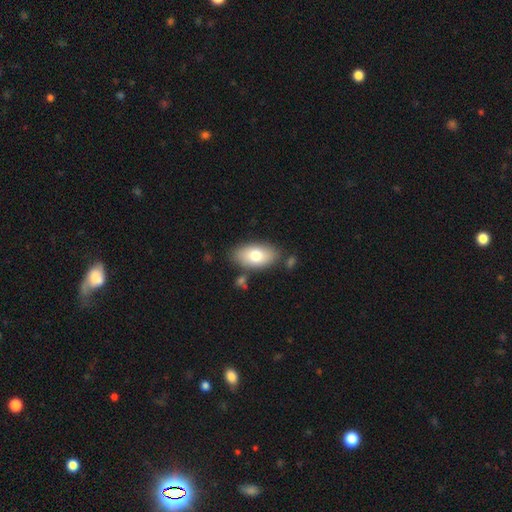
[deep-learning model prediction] Overall: smooth (76%). How rounded: in between (93%). Merging: none (78%).